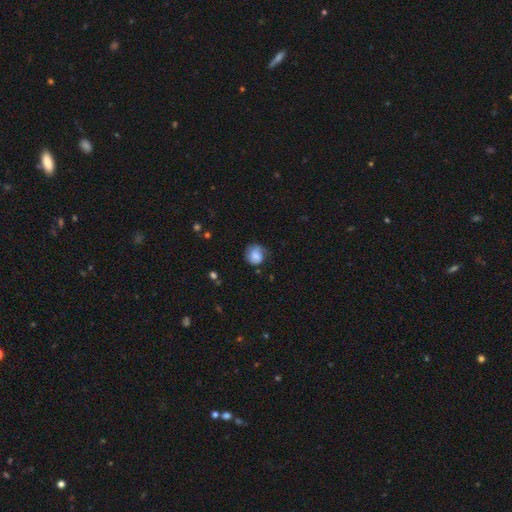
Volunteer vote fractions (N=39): Overall: smooth (79%). How rounded: round (90%). Merging: none (50%; minor disturbance 33%).